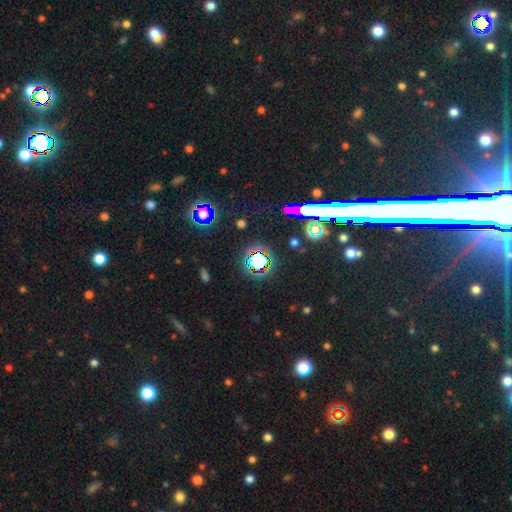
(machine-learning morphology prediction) star or artifact 77%, smooth 14%, featured or disk 9%.